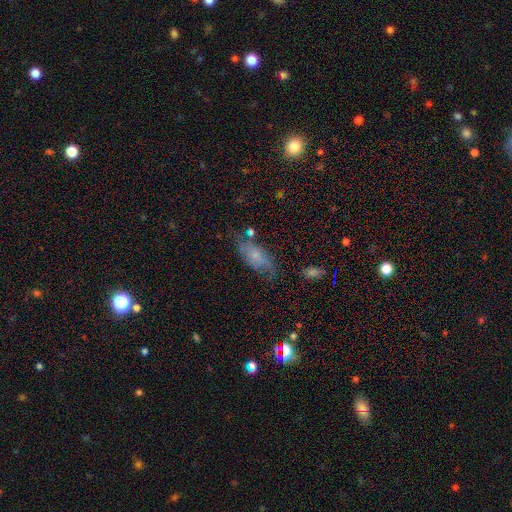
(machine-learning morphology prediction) A smooth galaxy with no disk features (56%) that is in between round and cigar-shaped (81%).

Vote fractions:
- Smooth or featured? smooth: 56% / featured or disk: 33% / star or artifact: 11%
- How rounded? in between: 81% / cigar-shaped: 16% / round: 4%
- Merging? none: 59% / minor disturbance: 27% / major disturbance: 10% / merger: 4%